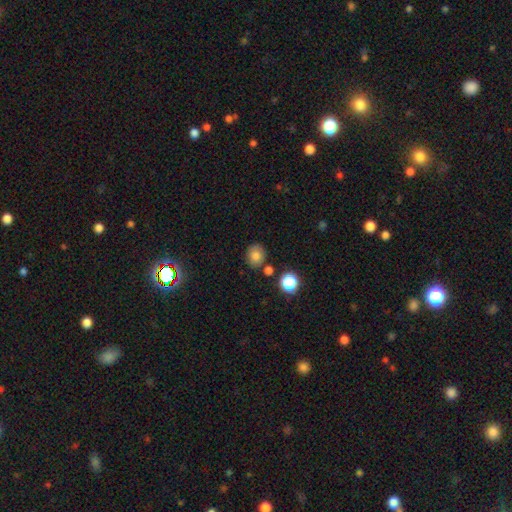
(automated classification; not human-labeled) Q: Smooth or featured?
A: smooth (80%); runner-up: star or artifact (13%)
Q: How rounded?
A: round (68%); runner-up: in between (31%)
Q: Merging?
A: none (79%); runner-up: minor disturbance (11%)